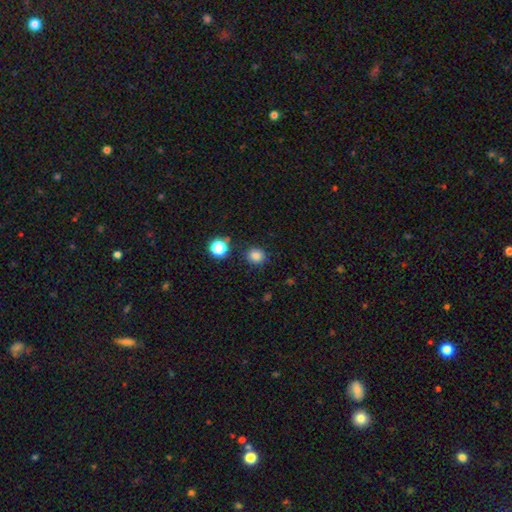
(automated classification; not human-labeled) smooth_or_featured: smooth (p=0.83) [alt: star or artifact p=0.14]
how_rounded: round (p=0.87) [alt: in between p=0.12]
merging: none (p=0.85) [alt: minor disturbance p=0.09]